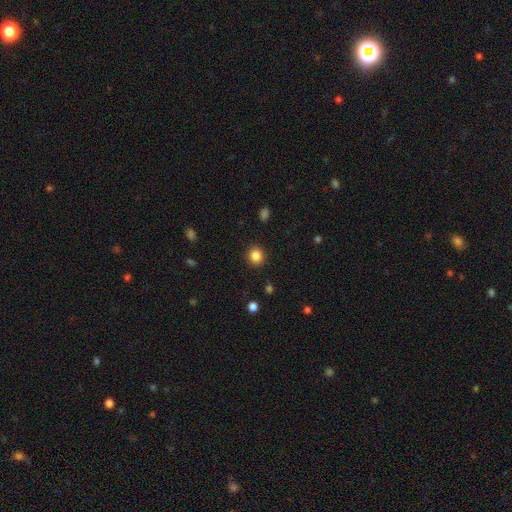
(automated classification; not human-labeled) smooth 85%, star or artifact 11%, featured or disk 4%. Down the decision tree: how rounded — round (88%); merging — none (91%).